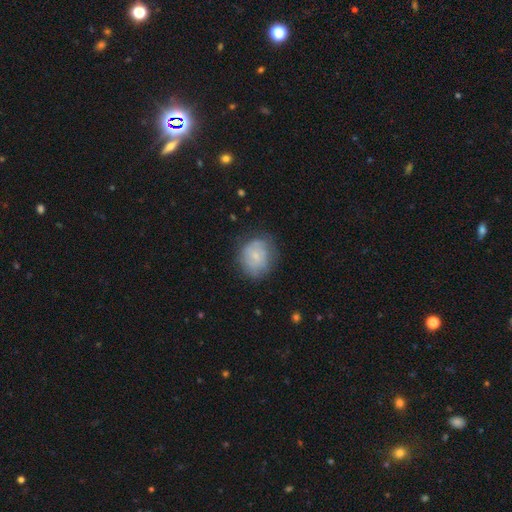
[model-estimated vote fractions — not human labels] A smooth galaxy with no disk features (57%) that is round (67%). Merging: none (66%).